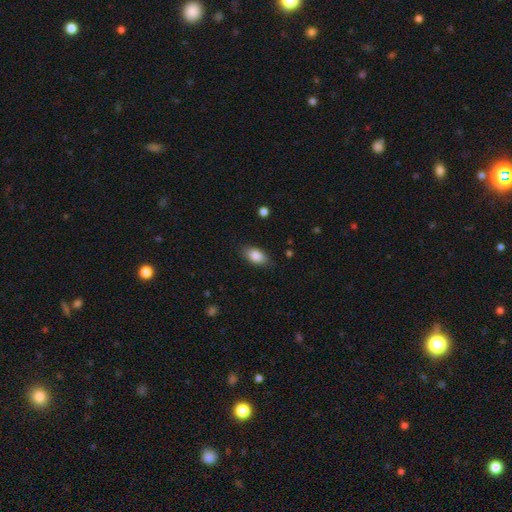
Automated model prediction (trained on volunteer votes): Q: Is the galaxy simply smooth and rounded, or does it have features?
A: smooth — 86%.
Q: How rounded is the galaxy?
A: in between — 91%.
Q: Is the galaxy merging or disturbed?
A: none — 84%.